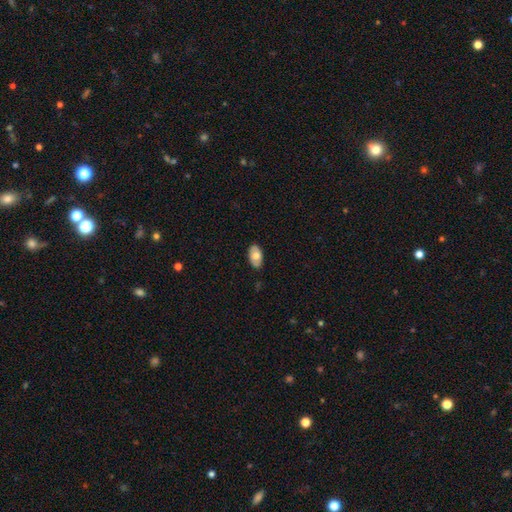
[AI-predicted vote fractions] Q: Smooth or featured?
A: smooth (64%); runner-up: featured or disk (30%)
Q: How rounded?
A: in between (93%); runner-up: round (5%)
Q: Merging?
A: none (85%); runner-up: minor disturbance (12%)